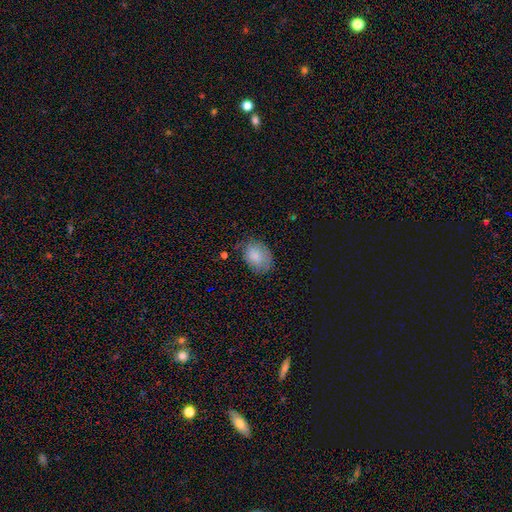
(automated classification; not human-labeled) smooth 82%, featured or disk 11%, star or artifact 8%. Down the decision tree: how rounded — in between (70%); merging — none (67%).